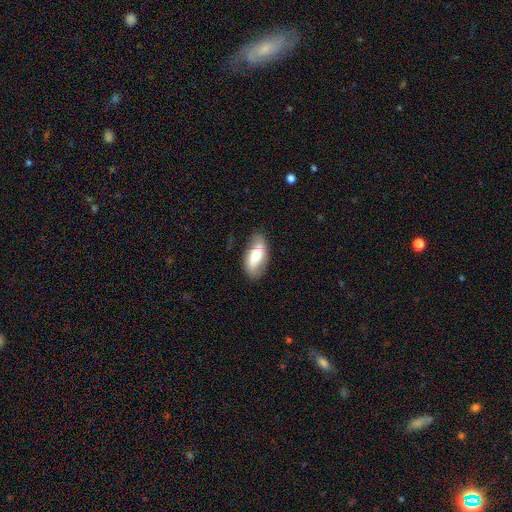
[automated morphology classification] type=smooth (49%); merging=none (79%).